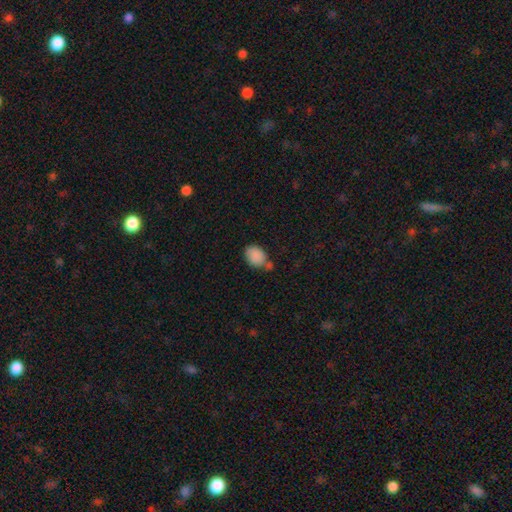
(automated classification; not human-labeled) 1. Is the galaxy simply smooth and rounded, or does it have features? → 87% smooth, 8% star or artifact, 5% featured or disk.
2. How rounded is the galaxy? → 67% in between, 32% round, 1% cigar-shaped.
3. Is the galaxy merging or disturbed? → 53% none, 21% minor disturbance, 20% merger, 7% major disturbance.